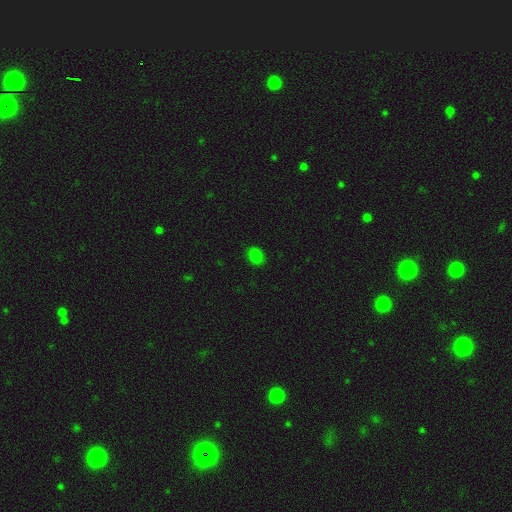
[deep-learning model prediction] smooth_or_featured: smooth (p=0.78) [alt: star or artifact p=0.18]
how_rounded: in between (p=0.67) [alt: round p=0.32]
merging: none (p=0.83) [alt: minor disturbance p=0.13]